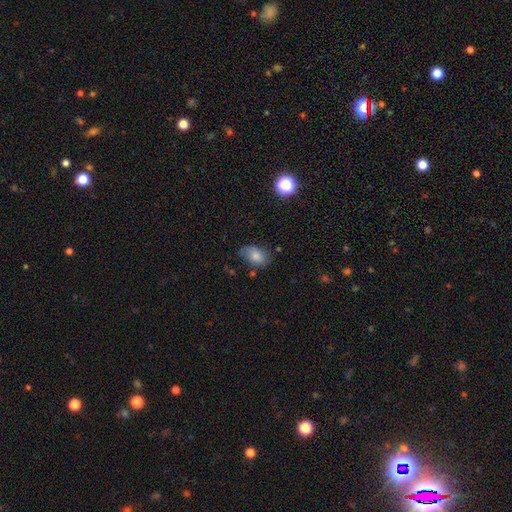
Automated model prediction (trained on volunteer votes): Q: Smooth or featured?
A: smooth (77%); runner-up: featured or disk (14%)
Q: How rounded?
A: in between (88%); runner-up: round (11%)
Q: Merging?
A: none (64%); runner-up: minor disturbance (26%)